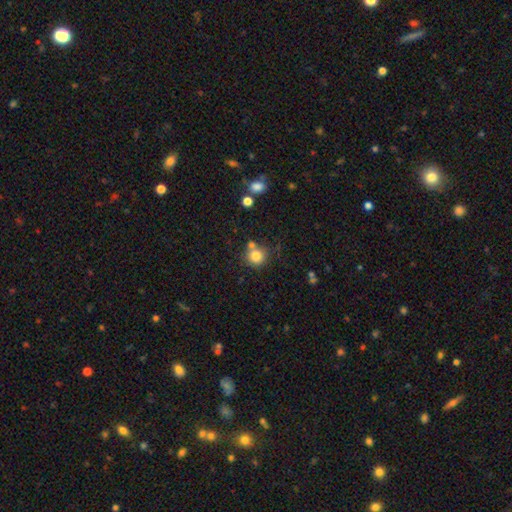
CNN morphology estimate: Overall: smooth (79%). How rounded: round (90%). Merging: none (65%).